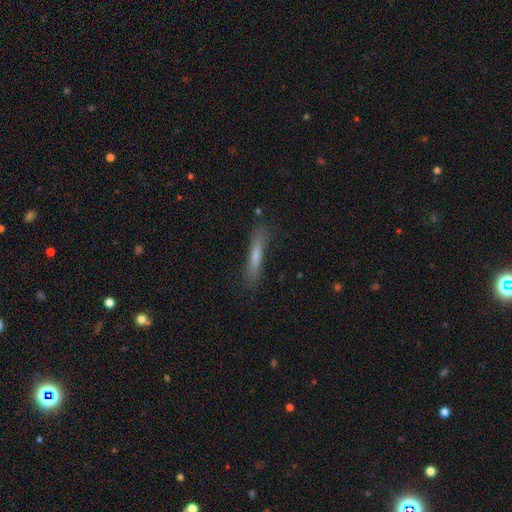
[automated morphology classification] type=smooth (57%); roundness=cigar-shaped (94%); merging=none (84%).